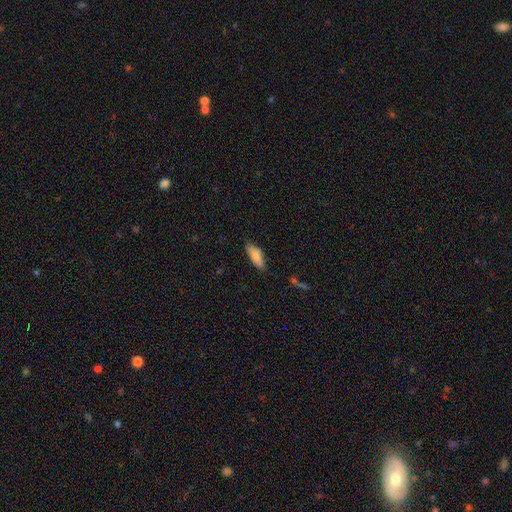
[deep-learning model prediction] smooth 82%, featured or disk 12%, star or artifact 6%. Down the decision tree: how rounded — in between (72%); merging — none (78%).